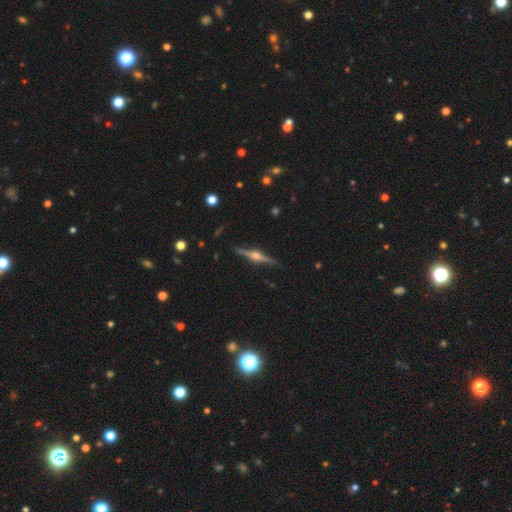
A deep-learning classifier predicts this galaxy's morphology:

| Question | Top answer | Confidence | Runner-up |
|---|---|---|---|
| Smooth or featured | featured or disk | 85% | smooth (9%) |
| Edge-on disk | yes | 98% | no (2%) |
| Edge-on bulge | rounded | 94% | boxy (4%) |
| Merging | none | 89% | minor disturbance (8%) |